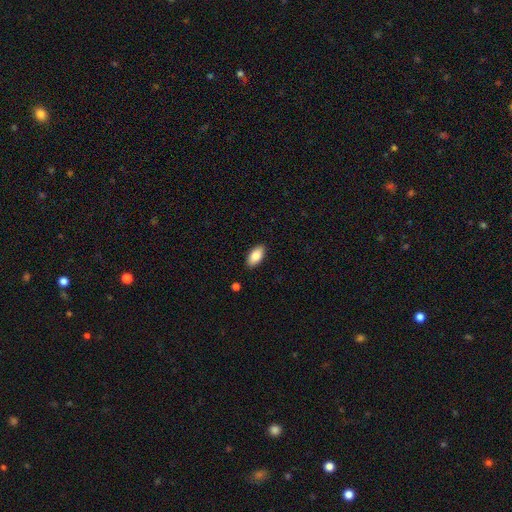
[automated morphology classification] Overall: smooth (85%). How rounded: in between (93%). Merging: none (89%).